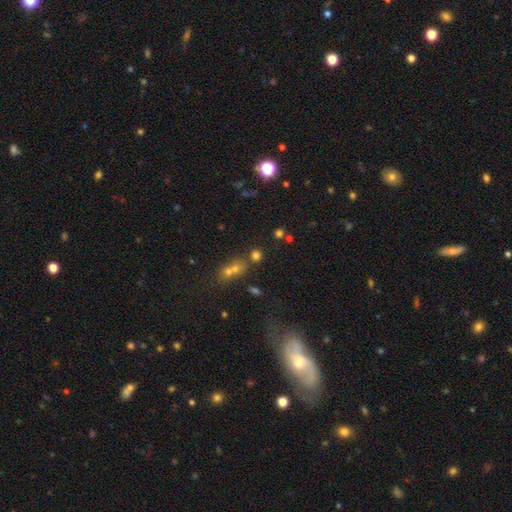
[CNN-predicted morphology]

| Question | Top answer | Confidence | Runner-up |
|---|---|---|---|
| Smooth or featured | smooth | 59% | star or artifact (30%) |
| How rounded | round | 81% | in between (17%) |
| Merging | none | 57% | merger (31%) |